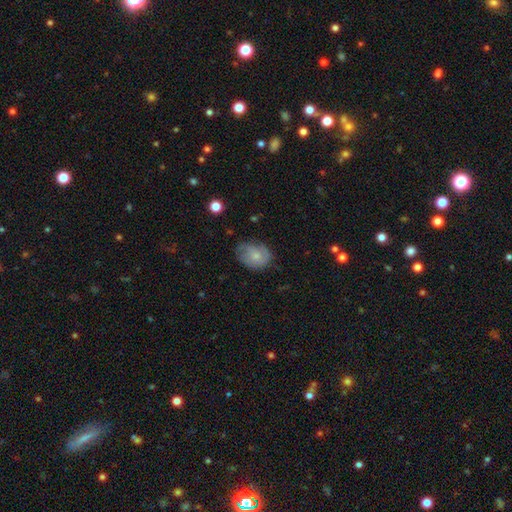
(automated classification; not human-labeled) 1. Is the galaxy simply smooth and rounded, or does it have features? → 52% smooth, 41% featured or disk, 8% star or artifact.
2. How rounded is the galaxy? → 59% in between, 40% round, 1% cigar-shaped.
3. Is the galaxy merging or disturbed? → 56% none, 30% minor disturbance, 12% major disturbance, 2% merger.